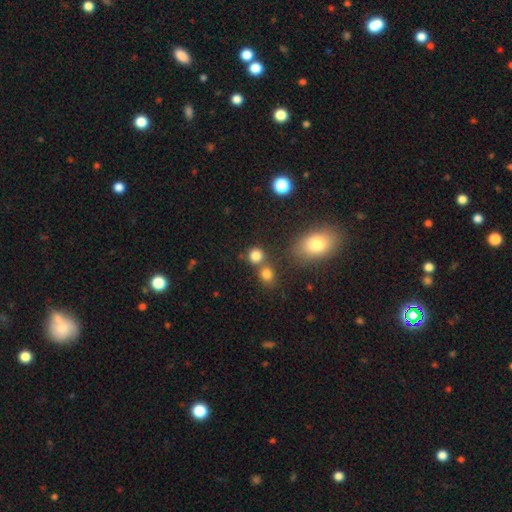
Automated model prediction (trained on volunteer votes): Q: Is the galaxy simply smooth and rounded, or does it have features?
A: smooth — 81%.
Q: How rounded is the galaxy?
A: round — 85%.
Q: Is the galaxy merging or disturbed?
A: none — 65%.